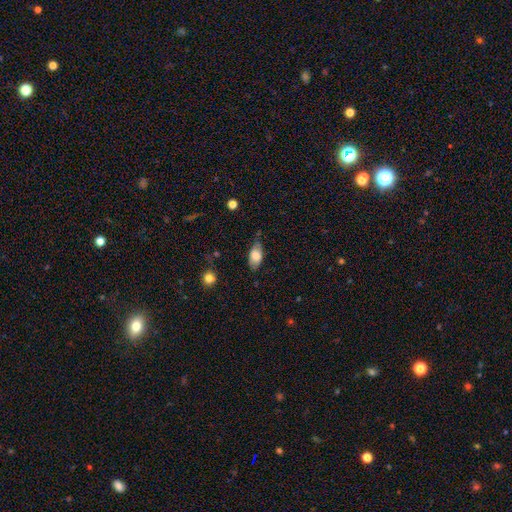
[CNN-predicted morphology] This appears to be a smooth galaxy with no disk features (73%) that is in between round and cigar-shaped (90%). Merging: none (63%).